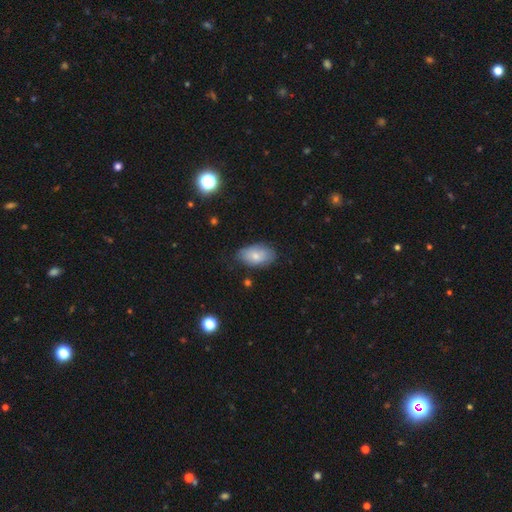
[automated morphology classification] This is likely a smooth galaxy (75%). How rounded: clearly in between (93%). Merging: likely none (70%).